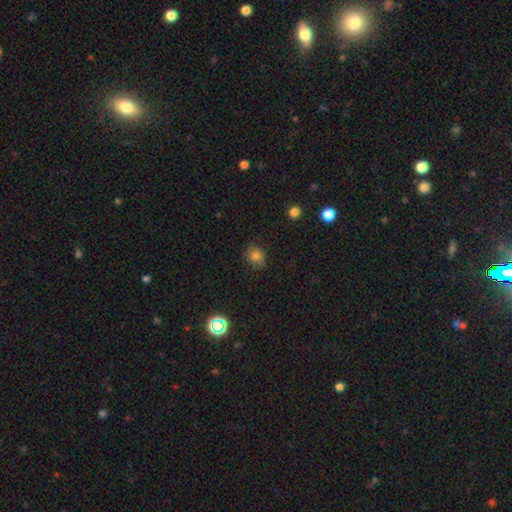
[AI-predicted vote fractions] smooth 80%, star or artifact 14%, featured or disk 6%. Down the decision tree: how rounded — round (71%); merging — none (79%).